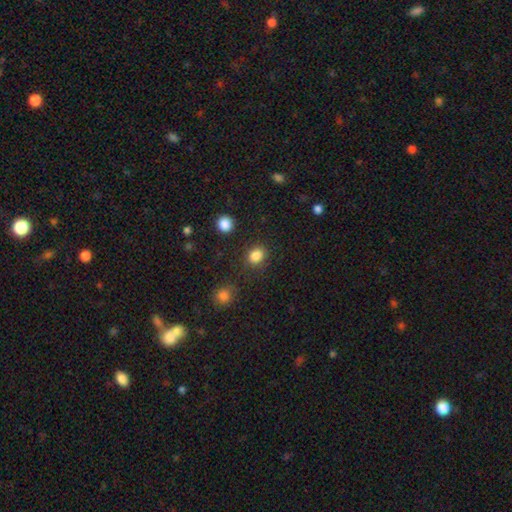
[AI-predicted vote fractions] Q: Smooth or featured?
A: smooth (85%); runner-up: star or artifact (11%)
Q: How rounded?
A: round (59%); runner-up: in between (40%)
Q: Merging?
A: none (83%); runner-up: minor disturbance (10%)